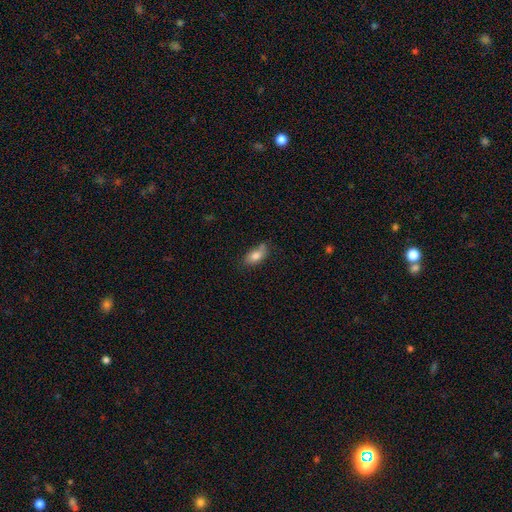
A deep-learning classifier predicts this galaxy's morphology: Smooth or featured: smooth — 81% (featured or disk — 12%)
How rounded: in between — 89% (cigar-shaped — 7%)
Merging: none — 59% (minor disturbance — 28%)